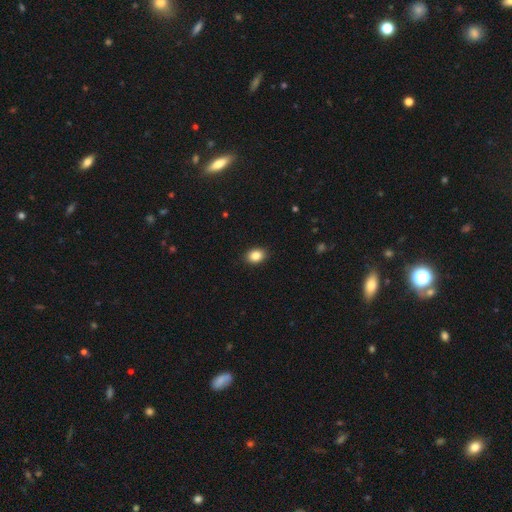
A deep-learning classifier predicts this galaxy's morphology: Q: Smooth or featured?
A: smooth (87%); runner-up: star or artifact (9%)
Q: How rounded?
A: in between (67%); runner-up: round (32%)
Q: Merging?
A: none (90%); runner-up: minor disturbance (7%)